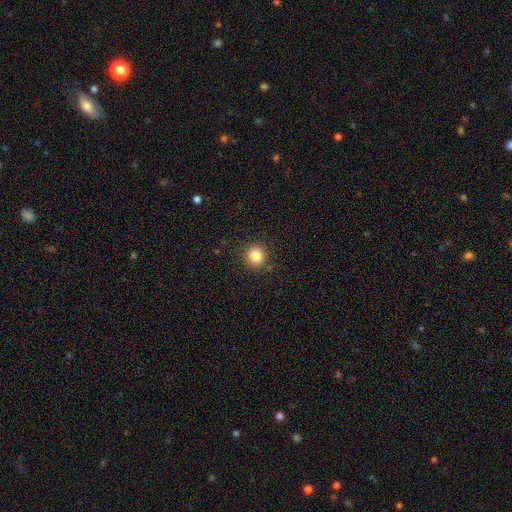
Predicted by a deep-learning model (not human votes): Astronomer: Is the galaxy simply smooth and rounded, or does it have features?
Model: smooth — 83%.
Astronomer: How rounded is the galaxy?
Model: round — 93%.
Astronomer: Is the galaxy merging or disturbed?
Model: none — 90%.